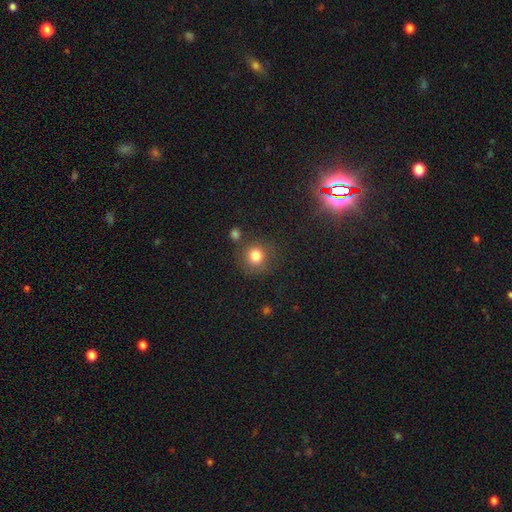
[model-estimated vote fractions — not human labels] This appears to be a smooth galaxy with no disk features (82%) that is round (89%). Merging: none (76%).